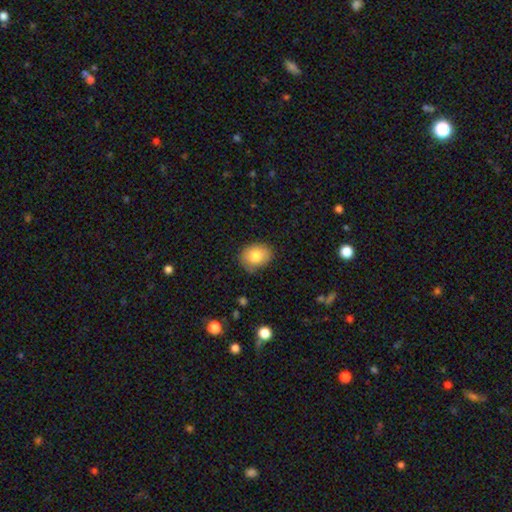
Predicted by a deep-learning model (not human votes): The model was most divided on "how rounded": in between: 52%, round: 47%, cigar-shaped: 1%. More confident: smooth or featured — smooth (80%); merging — none (79%).